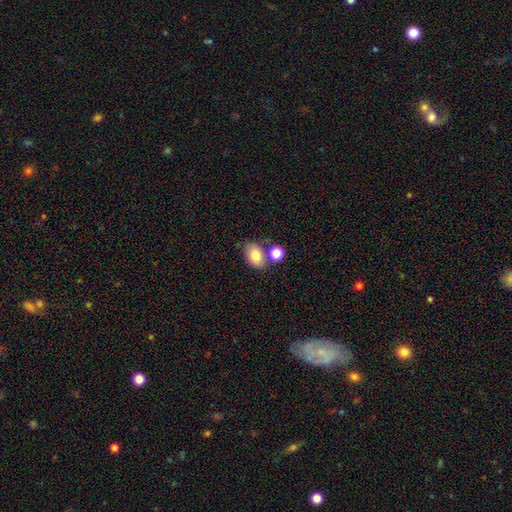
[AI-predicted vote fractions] This is clearly a smooth galaxy (82%). How rounded: likely in between (78%). Merging: possibly none (57%).